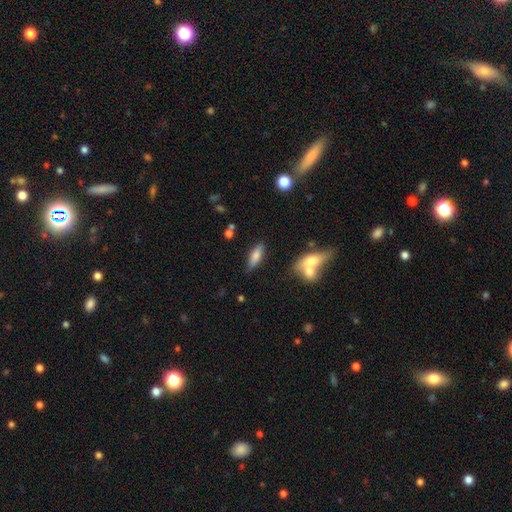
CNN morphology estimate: Smooth or featured?
  - smooth: 73% *
  - featured or disk: 20%
  - star or artifact: 7%
How rounded?
  - in between: 61% *
  - cigar-shaped: 37%
  - round: 2%
Merging?
  - none: 78% *
  - minor disturbance: 13%
  - merger: 6%
  - major disturbance: 3%